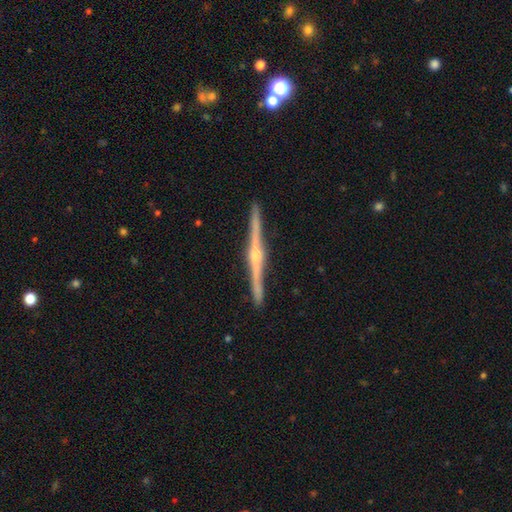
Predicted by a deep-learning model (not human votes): featured or disk 87%, smooth 8%, star or artifact 5%. Down the decision tree: edge-on disk — yes (99%); edge-on bulge — rounded (84%); merging — none (92%).